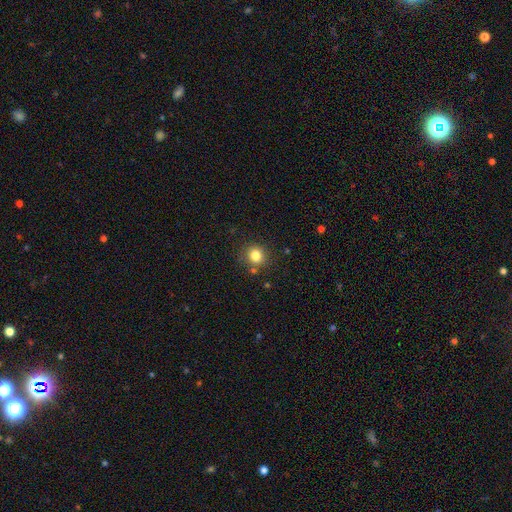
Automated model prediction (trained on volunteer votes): This is clearly a smooth galaxy (82%). How rounded: clearly round (82%). Merging: clearly none (82%).